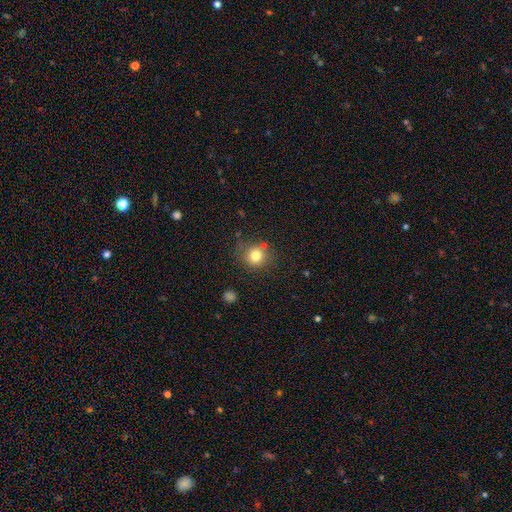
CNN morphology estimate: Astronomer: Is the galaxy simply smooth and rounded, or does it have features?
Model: smooth — 79%.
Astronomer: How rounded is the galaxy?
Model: round — 89%.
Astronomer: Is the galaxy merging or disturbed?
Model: none — 78%.